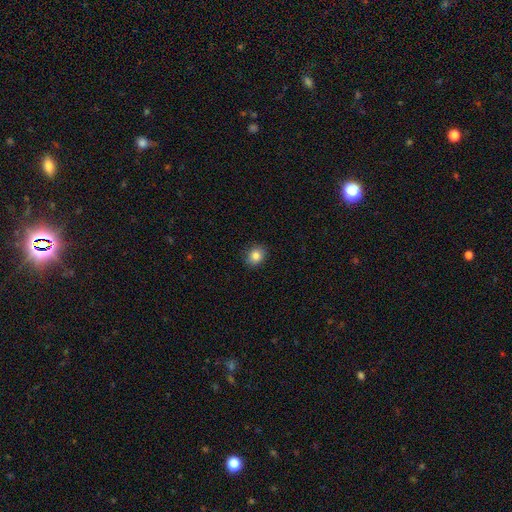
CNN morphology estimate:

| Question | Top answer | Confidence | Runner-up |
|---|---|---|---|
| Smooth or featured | smooth | 84% | star or artifact (10%) |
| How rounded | round | 59% | in between (40%) |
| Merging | none | 89% | minor disturbance (9%) |